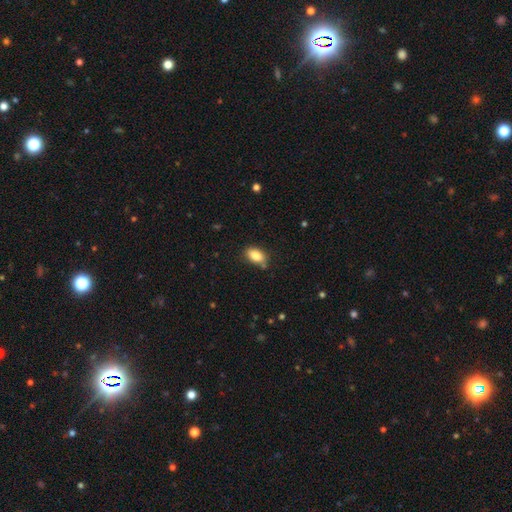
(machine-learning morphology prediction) Smooth or featured? smooth (86%)
How rounded? in between (91%)
Merging? none (74%)